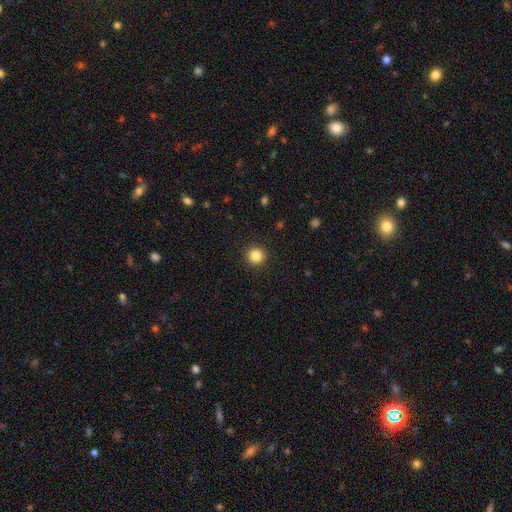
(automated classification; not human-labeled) Smooth or featured? Predicted: smooth (p=0.86). How rounded? Predicted: round (p=0.96). Merging? Predicted: none (p=0.92).